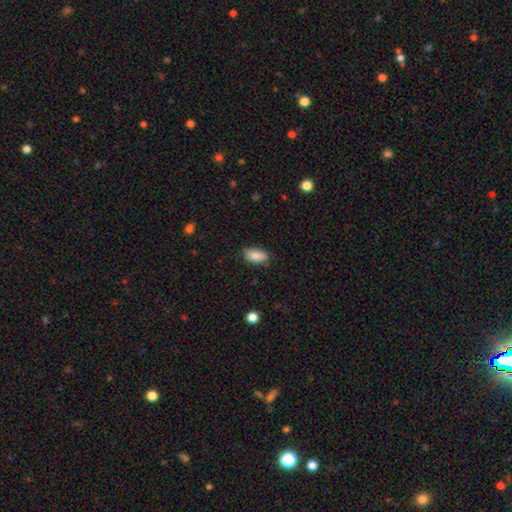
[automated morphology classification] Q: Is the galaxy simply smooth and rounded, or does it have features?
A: smooth — 86%.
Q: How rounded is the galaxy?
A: in between — 90%.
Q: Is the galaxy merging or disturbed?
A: none — 79%.